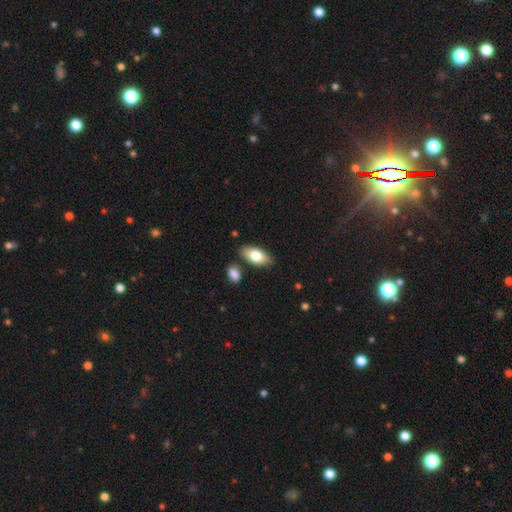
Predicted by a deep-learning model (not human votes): smooth 78%, featured or disk 16%, star or artifact 6%. Down the decision tree: how rounded — in between (90%); merging — none (81%).